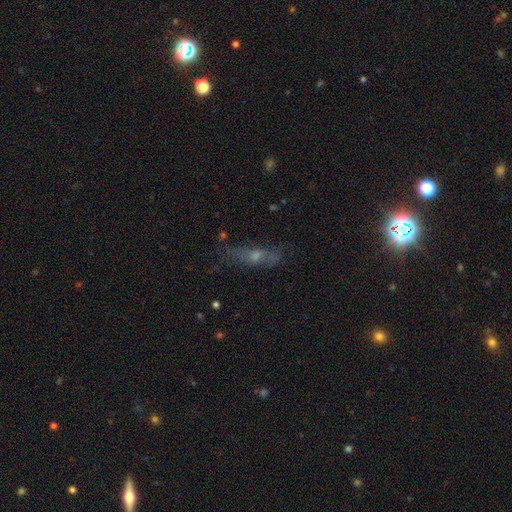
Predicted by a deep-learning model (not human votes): Smooth or featured?
  - featured or disk: 46% *
  - smooth: 37%
  - star or artifact: 17%
Merging?
  - none: 61% *
  - minor disturbance: 22%
  - major disturbance: 13%
  - merger: 4%